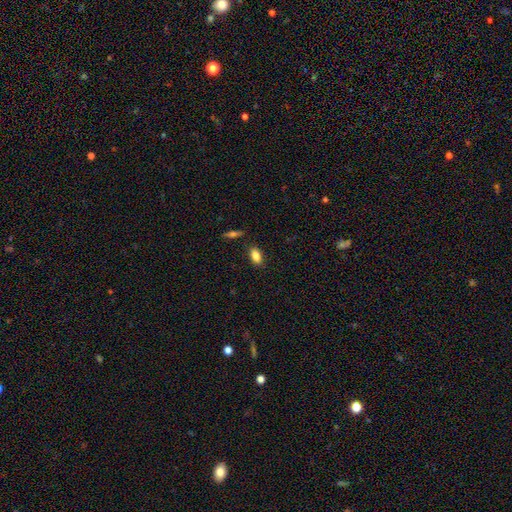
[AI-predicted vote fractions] Q: Smooth or featured?
A: smooth (86%); runner-up: star or artifact (8%)
Q: How rounded?
A: in between (89%); runner-up: cigar-shaped (5%)
Q: Merging?
A: none (85%); runner-up: minor disturbance (10%)